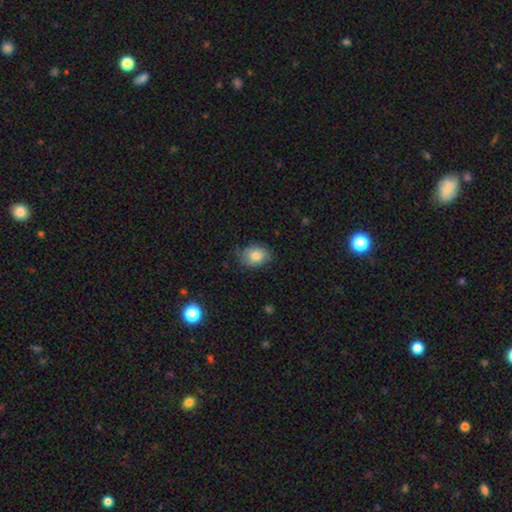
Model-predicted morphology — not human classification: This appears to be a smooth galaxy with no disk features (77%) that is in between round and cigar-shaped (62%). Merging: none (68%).